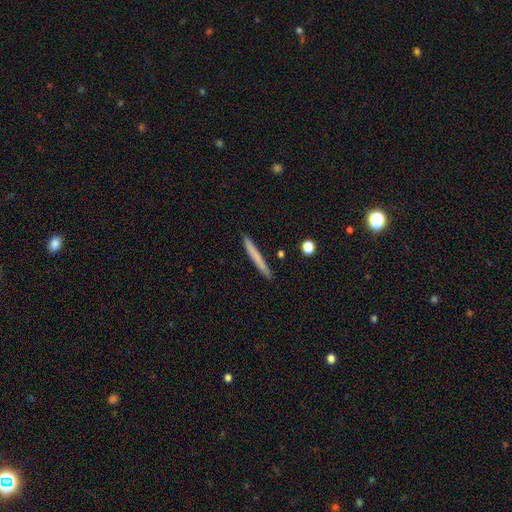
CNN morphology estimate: This appears to be a smooth galaxy with no disk features (69%) that is cigar-shaped (97%). Merging: none (91%).